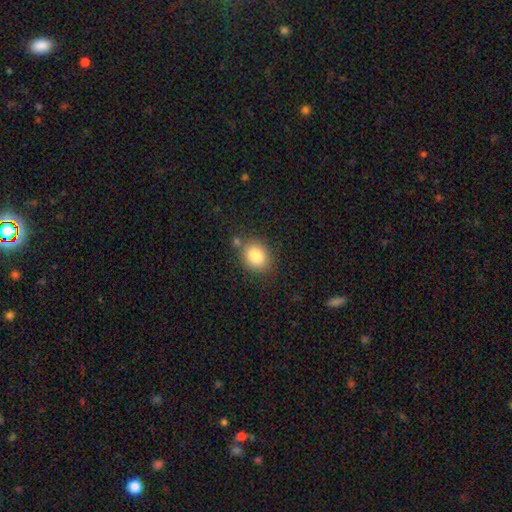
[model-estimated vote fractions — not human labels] Q: Smooth or featured?
A: smooth (84%); runner-up: star or artifact (9%)
Q: How rounded?
A: round (57%); runner-up: in between (42%)
Q: Merging?
A: none (76%); runner-up: minor disturbance (13%)